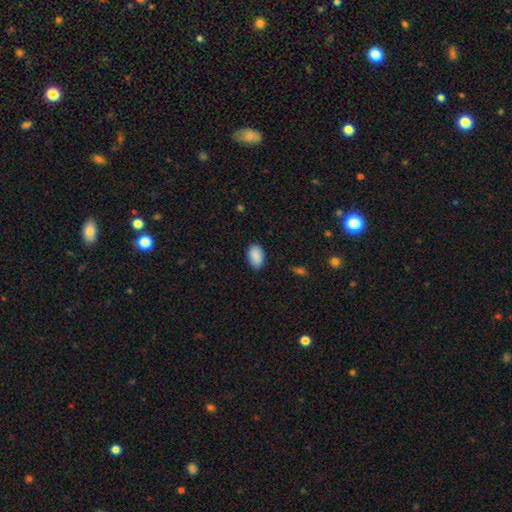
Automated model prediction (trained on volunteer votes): A smooth galaxy with no disk features (90%) that is in between round and cigar-shaped (91%). Merging: none (83%).